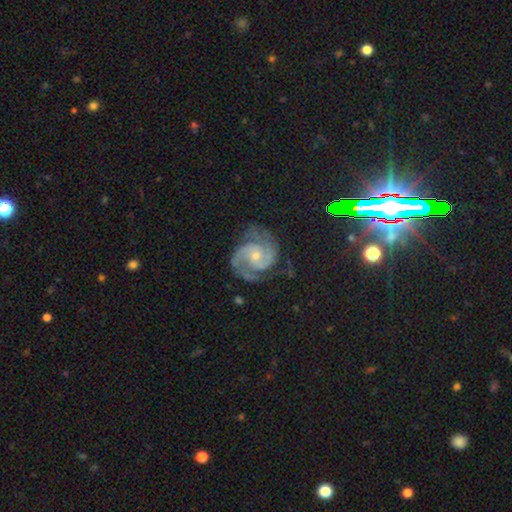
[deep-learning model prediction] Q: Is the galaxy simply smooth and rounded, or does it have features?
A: featured or disk — 89%.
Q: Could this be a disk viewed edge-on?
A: no — 98%.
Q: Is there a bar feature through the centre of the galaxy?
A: no — 67%.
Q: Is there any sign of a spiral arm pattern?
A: yes — 98%.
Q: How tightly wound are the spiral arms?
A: medium — 49%.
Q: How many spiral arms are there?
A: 2 — 77%.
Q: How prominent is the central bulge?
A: small — 63%.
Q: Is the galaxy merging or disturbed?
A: none — 76%.